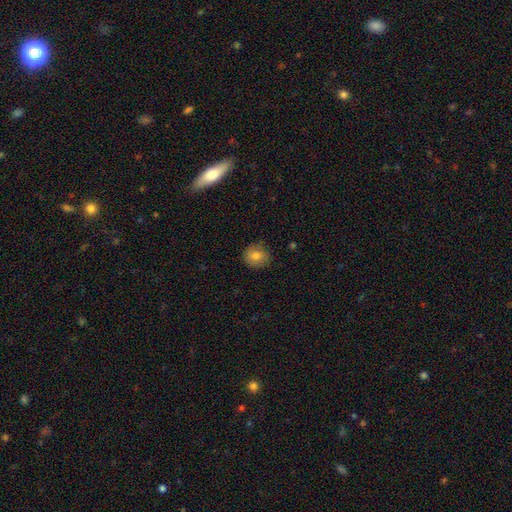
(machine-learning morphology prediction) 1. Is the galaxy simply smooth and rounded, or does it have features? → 77% smooth, 14% featured or disk, 9% star or artifact.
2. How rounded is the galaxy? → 81% round, 18% in between, 1% cigar-shaped.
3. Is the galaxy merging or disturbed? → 79% none, 17% minor disturbance, 3% major disturbance, 1% merger.